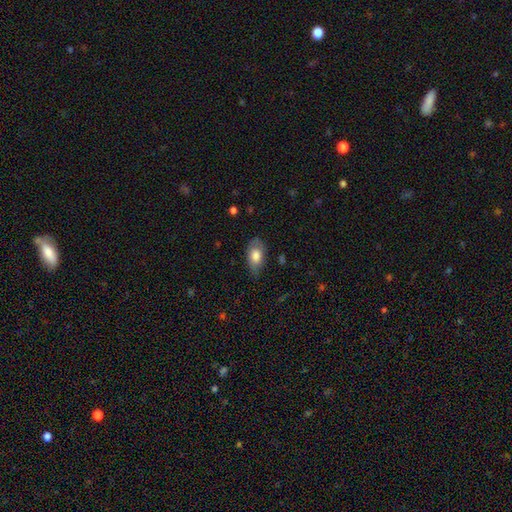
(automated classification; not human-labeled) This appears to be a smooth galaxy with no disk features (73%) that is in between round and cigar-shaped (91%). Merging: none (65%).